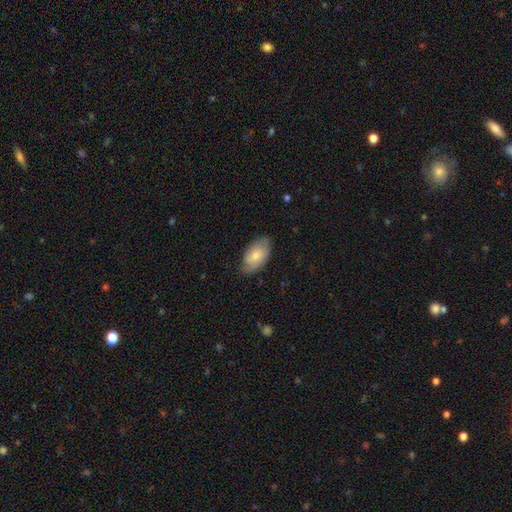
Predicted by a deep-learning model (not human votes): Smooth or featured?
  - smooth: 63% *
  - featured or disk: 31%
  - star or artifact: 6%
How rounded?
  - in between: 94% *
  - round: 4%
  - cigar-shaped: 2%
Merging?
  - none: 74% *
  - minor disturbance: 21%
  - major disturbance: 4%
  - merger: 1%